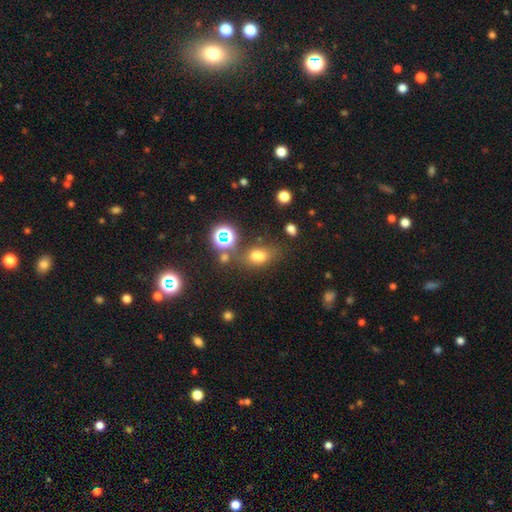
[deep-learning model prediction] The model was most divided on "smooth or featured": smooth: 66%, star or artifact: 24%, featured or disk: 11%. More confident: how rounded — in between (70%); merging — none (66%).